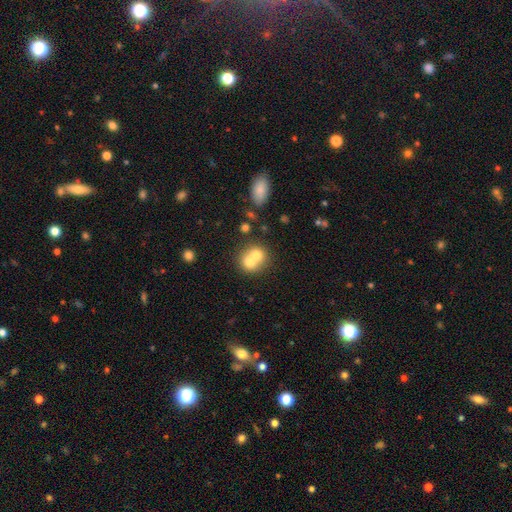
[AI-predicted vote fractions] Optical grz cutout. It shows a smooth galaxy with no disk features (67%) that is round (74%). Merging: merger (65%).